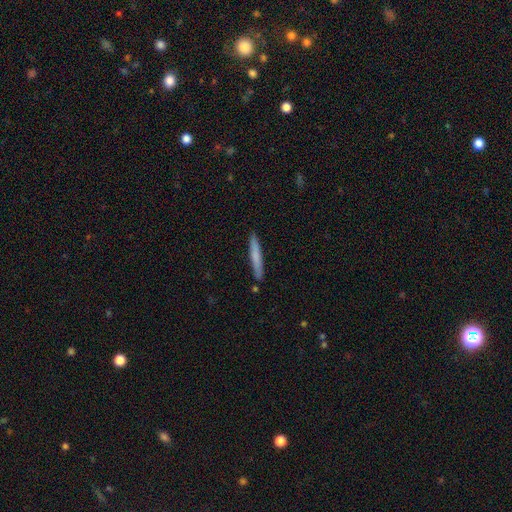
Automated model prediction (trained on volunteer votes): Smooth or featured? smooth (70%)
How rounded? cigar-shaped (95%)
Merging? none (88%)